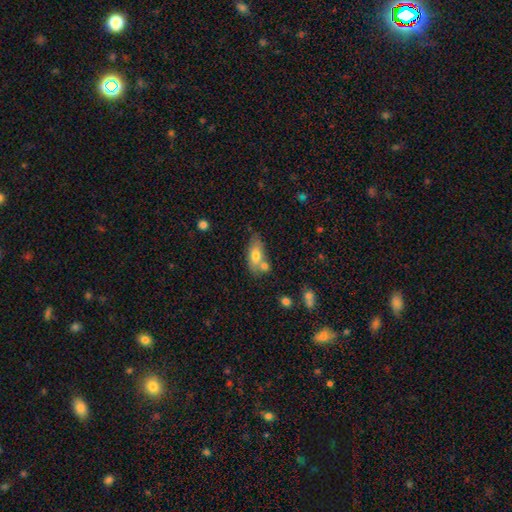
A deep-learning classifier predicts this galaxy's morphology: smooth-or-featured: smooth: 71% | featured or disk: 22% | star or artifact: 7%
  how-rounded: in between: 82% | cigar-shaped: 14% | round: 4%
  merging: none: 50% | merger: 28% | minor disturbance: 17% | major disturbance: 5%